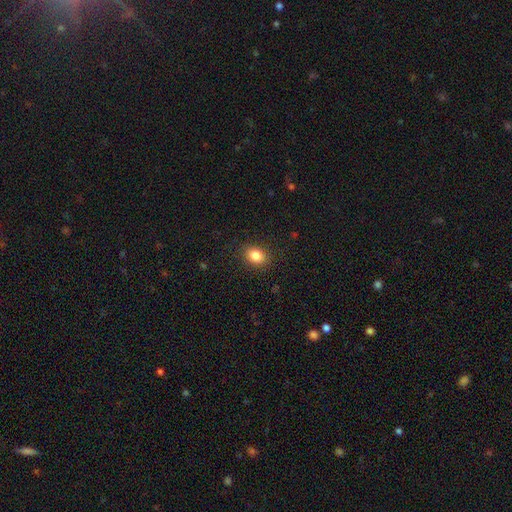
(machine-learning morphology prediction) A smooth galaxy with no disk features (85%) that is in between round and cigar-shaped (60%).

Vote fractions:
- Smooth or featured? smooth: 85% / star or artifact: 10% / featured or disk: 6%
- How rounded? in between: 60% / round: 38% / cigar-shaped: 1%
- Merging? none: 88% / minor disturbance: 8% / major disturbance: 2% / merger: 1%